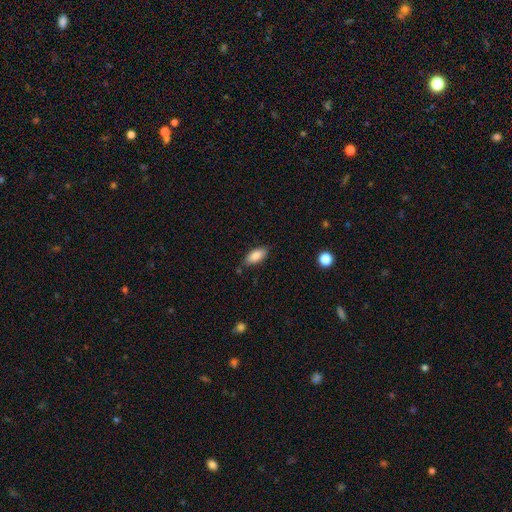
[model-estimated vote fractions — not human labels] This appears to be a smooth galaxy with no disk features (86%) that is in between round and cigar-shaped (87%). Merging: none (81%).